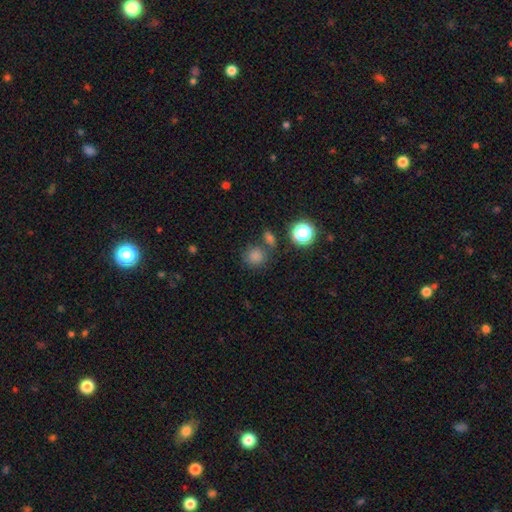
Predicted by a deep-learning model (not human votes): A smooth galaxy with no disk features (74%) that is round (86%).

Vote fractions:
- Smooth or featured? smooth: 74% / star or artifact: 20% / featured or disk: 6%
- How rounded? round: 86% / in between: 13% / cigar-shaped: 1%
- Merging? none: 70% / merger: 16% / minor disturbance: 10% / major disturbance: 4%